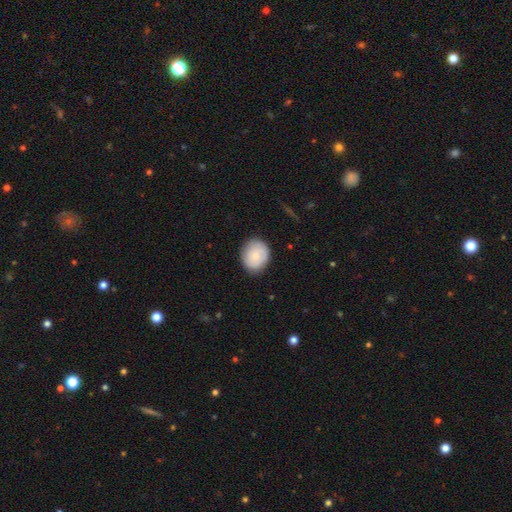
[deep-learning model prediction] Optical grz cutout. It shows a smooth galaxy with no disk features (76%) that is round (60%). Merging: none (81%).